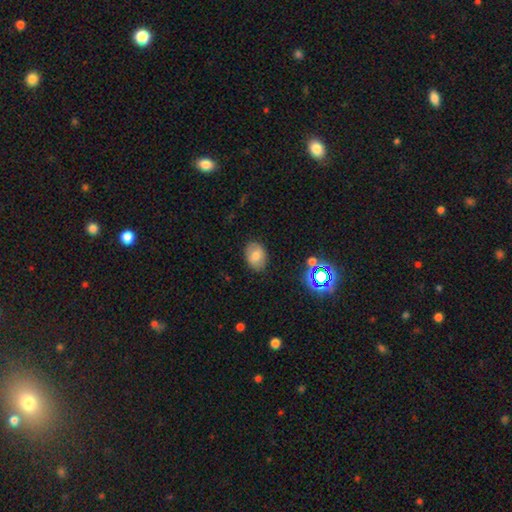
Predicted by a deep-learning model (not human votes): Smooth or featured?
  - smooth: 75% *
  - featured or disk: 14%
  - star or artifact: 11%
How rounded?
  - in between: 75% *
  - round: 24%
  - cigar-shaped: 1%
Merging?
  - none: 84% *
  - minor disturbance: 12%
  - major disturbance: 3%
  - merger: 1%